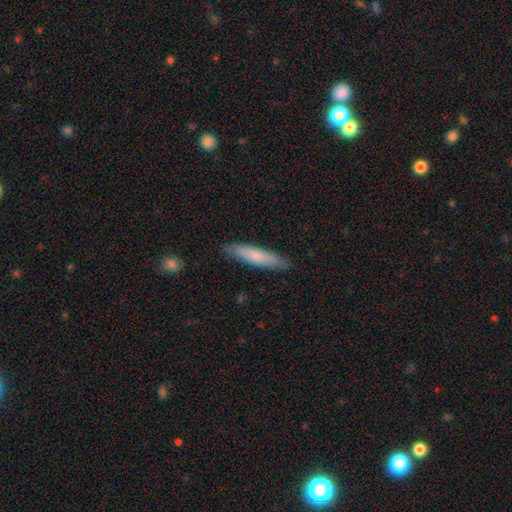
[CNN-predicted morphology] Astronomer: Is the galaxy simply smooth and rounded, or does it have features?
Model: smooth — 74%.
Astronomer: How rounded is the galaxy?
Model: cigar-shaped — 85%.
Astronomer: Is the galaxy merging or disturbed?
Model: none — 87%.